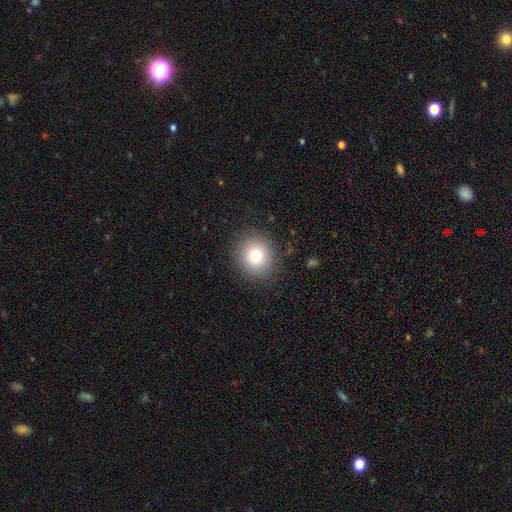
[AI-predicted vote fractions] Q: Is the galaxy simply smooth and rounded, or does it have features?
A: smooth — 78%.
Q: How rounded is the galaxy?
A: round — 86%.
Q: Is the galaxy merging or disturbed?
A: none — 88%.